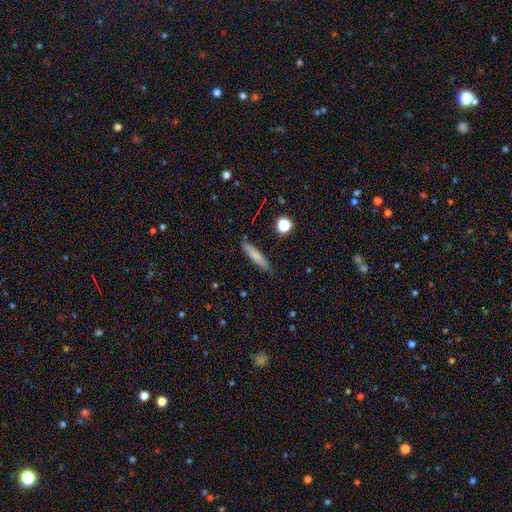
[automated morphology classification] This is likely a smooth galaxy (75%). How rounded: clearly cigar-shaped (84%). Merging: clearly none (85%).